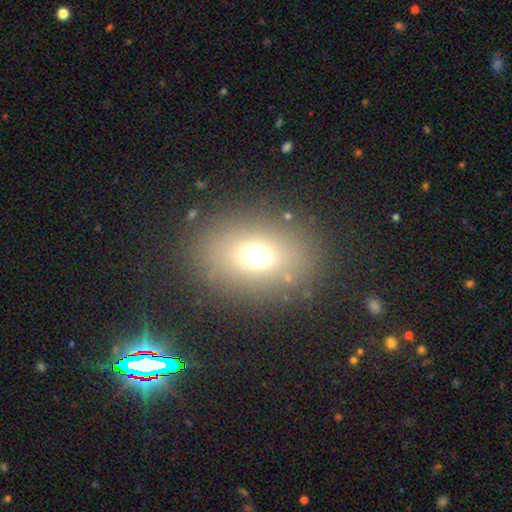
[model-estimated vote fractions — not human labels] Overall: smooth (64%). How rounded: in between (62%; round 37%). Merging: none (83%).